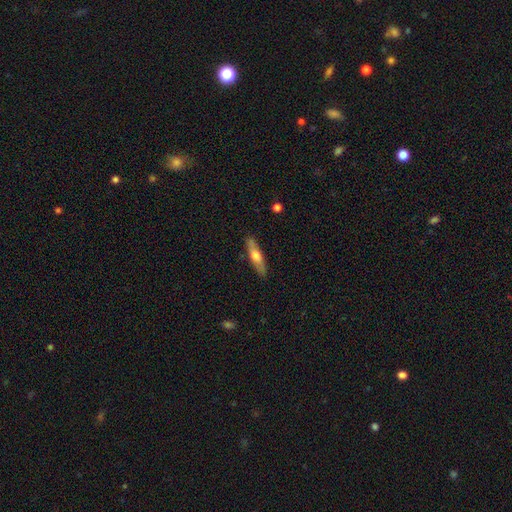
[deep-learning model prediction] Q: Smooth or featured?
A: smooth (52%); runner-up: featured or disk (42%)
Q: How rounded?
A: cigar-shaped (76%); runner-up: in between (21%)
Q: Merging?
A: none (87%); runner-up: minor disturbance (10%)